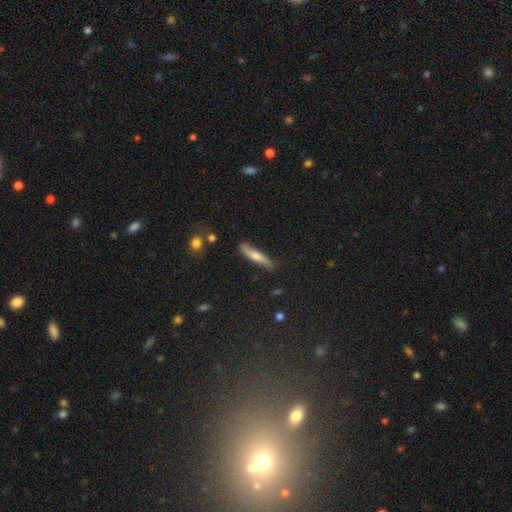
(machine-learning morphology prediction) Q: Smooth or featured?
A: smooth (51%); runner-up: featured or disk (41%)
Q: How rounded?
A: cigar-shaped (86%); runner-up: in between (12%)
Q: Merging?
A: none (79%); runner-up: minor disturbance (16%)